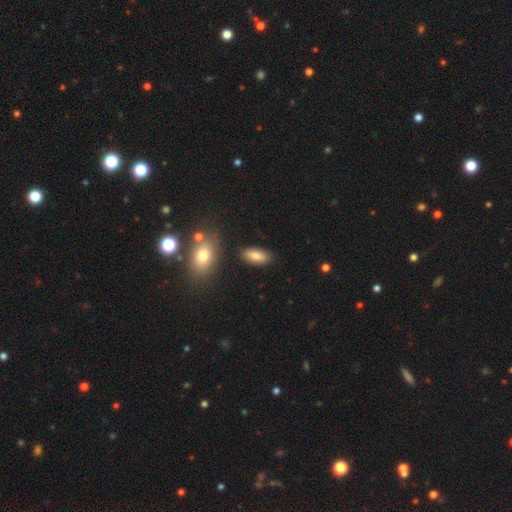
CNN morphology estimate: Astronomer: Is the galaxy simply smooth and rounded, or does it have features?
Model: smooth — 80%.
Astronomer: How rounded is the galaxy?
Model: in between — 85%.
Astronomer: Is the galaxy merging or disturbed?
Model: none — 85%.